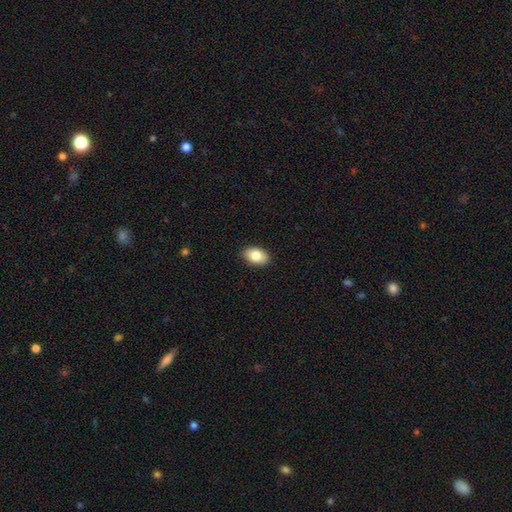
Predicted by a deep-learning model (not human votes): This appears to be a smooth galaxy with no disk features (83%) that is in between round and cigar-shaped (92%). Merging: none (89%).